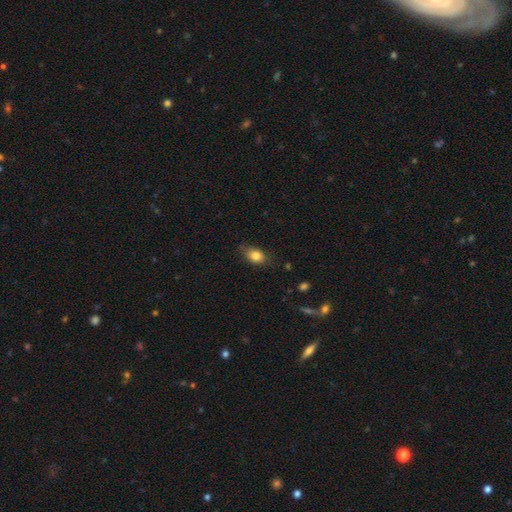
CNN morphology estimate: Overall: smooth (83%). How rounded: in between (78%). Merging: none (74%).